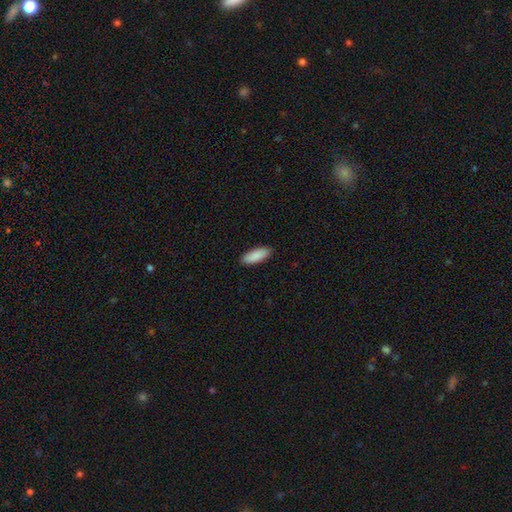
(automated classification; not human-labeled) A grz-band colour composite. It shows a smooth galaxy with no disk features (90%) that is in between round and cigar-shaped (69%). Merging: none (90%).